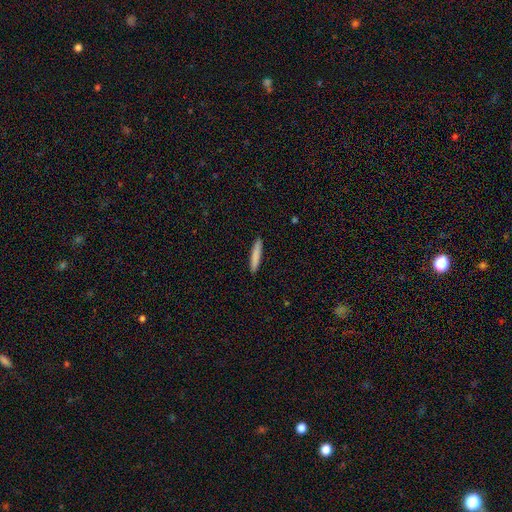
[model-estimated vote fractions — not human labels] Smooth or featured?
  - smooth: 82% *
  - featured or disk: 12%
  - star or artifact: 6%
How rounded?
  - cigar-shaped: 93% *
  - in between: 5%
  - round: 1%
Merging?
  - none: 91% *
  - minor disturbance: 6%
  - major disturbance: 1%
  - merger: 1%